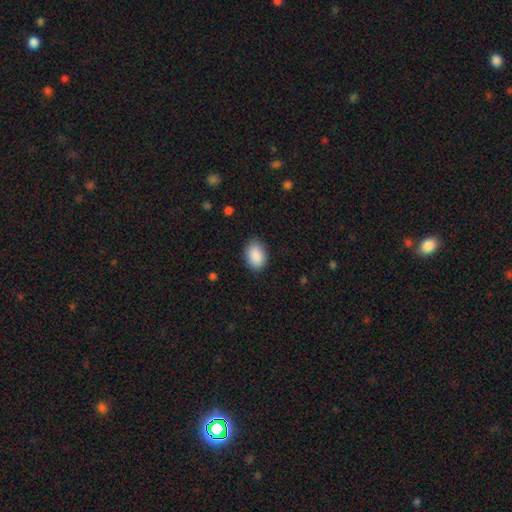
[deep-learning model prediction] smooth 90%, star or artifact 7%, featured or disk 3%. Down the decision tree: how rounded — in between (82%); merging — none (86%).